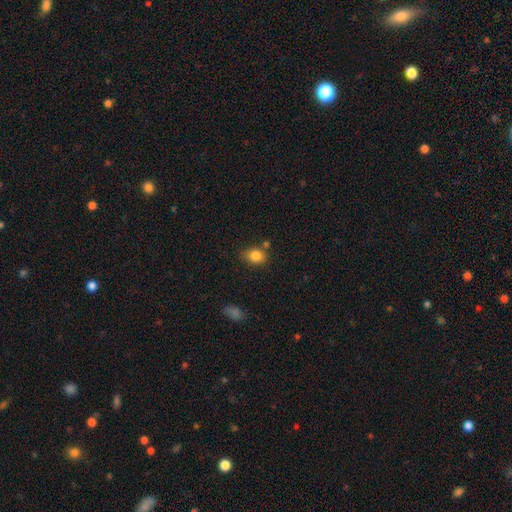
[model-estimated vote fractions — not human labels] A smooth galaxy with no disk features (83%) that is in between round and cigar-shaped (55%).

Vote fractions:
- Smooth or featured? smooth: 83% / star or artifact: 10% / featured or disk: 7%
- How rounded? in between: 55% / round: 44% / cigar-shaped: 1%
- Merging? none: 68% / minor disturbance: 18% / merger: 9% / major disturbance: 5%